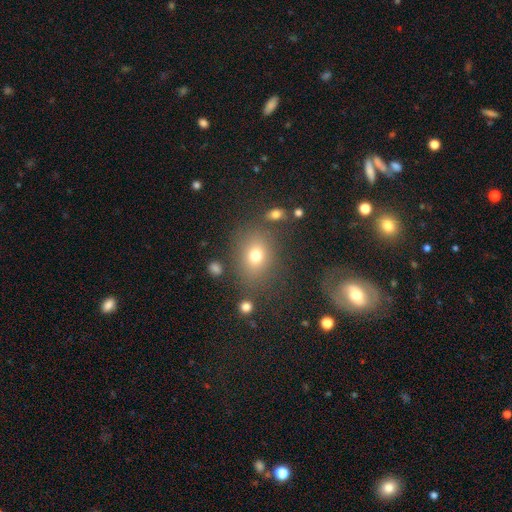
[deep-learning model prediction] Smooth or featured: smooth — 72% (star or artifact — 16%)
How rounded: round — 50% (in between — 49%)
Merging: none — 76% (minor disturbance — 13%)